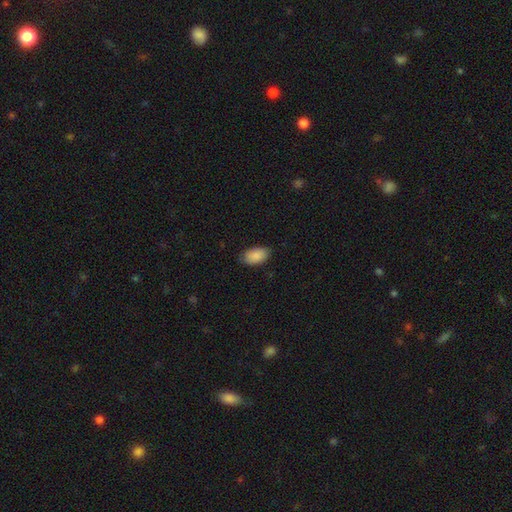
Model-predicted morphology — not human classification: Smooth or featured: smooth — 89% (star or artifact — 6%)
How rounded: in between — 94% (round — 4%)
Merging: none — 84% (minor disturbance — 13%)